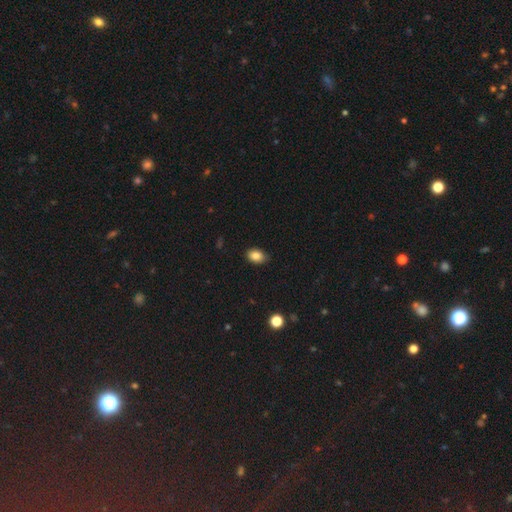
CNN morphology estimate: Smooth or featured? smooth (85%)
How rounded? in between (79%)
Merging? none (83%)